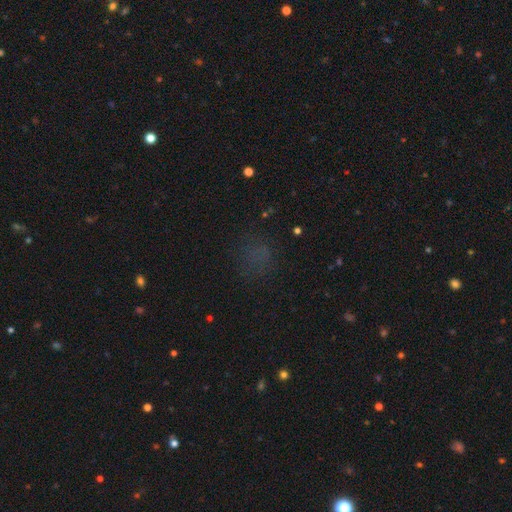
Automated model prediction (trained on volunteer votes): Morphology: type=smooth (51%); roundness=round (80%); merging=none (76%).